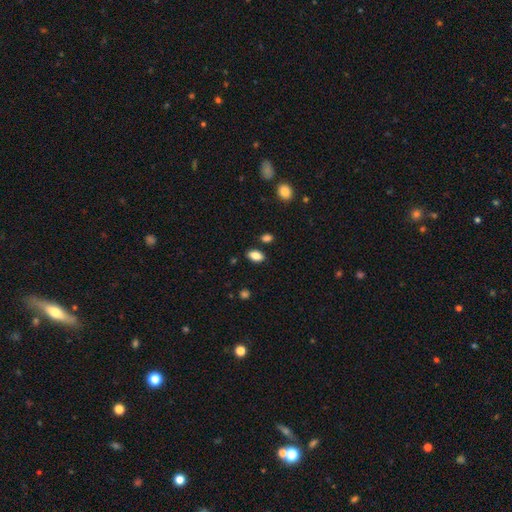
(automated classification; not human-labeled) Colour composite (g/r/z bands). It shows a smooth galaxy with no disk features (85%) that is in between round and cigar-shaped (90%). Merging: none (84%).